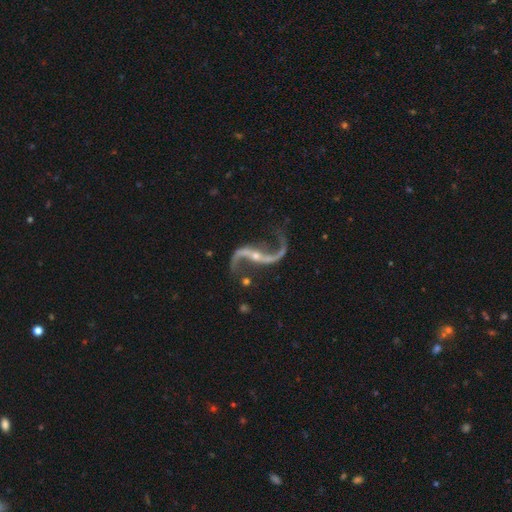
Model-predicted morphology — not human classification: The model was most divided on "bar": strong: 41%, no: 32%, weak: 27%. More confident: spiral arms — yes (98%); edge-on disk — no (96%); spiral arm count — 2 (95%); smooth or featured — featured or disk (94%); spiral winding — loose (88%); merging — none (75%); bulge size — small (74%).